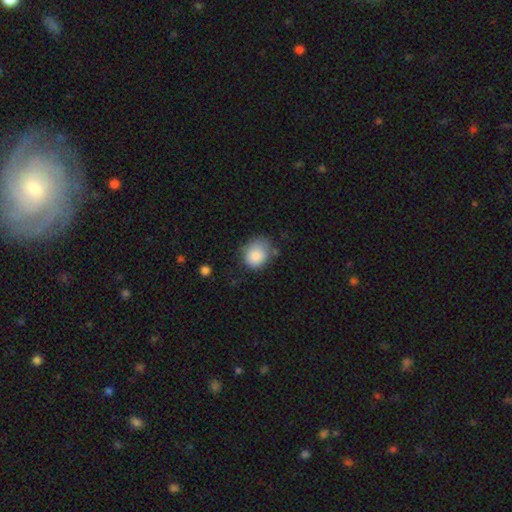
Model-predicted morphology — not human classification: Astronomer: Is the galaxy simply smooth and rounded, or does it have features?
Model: smooth — 84%.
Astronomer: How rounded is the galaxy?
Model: round — 59% (runner-up: in between, 40%).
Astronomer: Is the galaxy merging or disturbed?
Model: none — 58%.